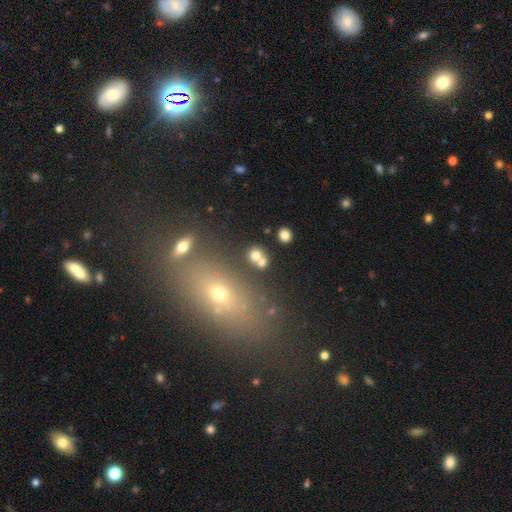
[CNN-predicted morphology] Smooth or featured? Predicted: smooth (p=0.71). How rounded? Predicted: round (p=0.78). Merging? Predicted: none (p=0.60).